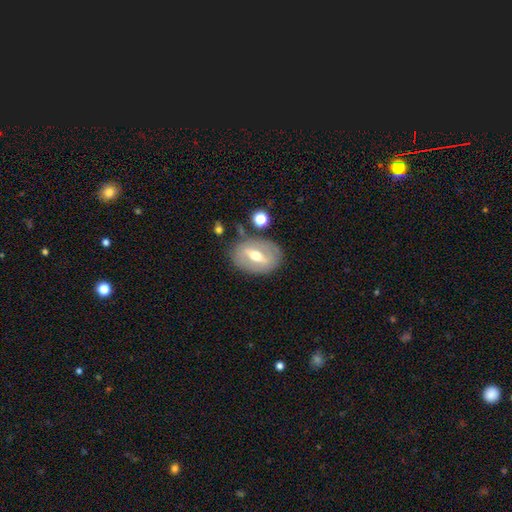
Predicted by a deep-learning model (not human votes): Q: Smooth or featured?
A: featured or disk (63%); runner-up: smooth (30%)
Q: Edge-on disk?
A: no (84%); runner-up: yes (16%)
Q: Bar?
A: strong (56%); runner-up: weak (31%)
Q: Spiral arms?
A: no (71%); runner-up: yes (29%)
Q: Bulge size?
A: moderate (73%); runner-up: small (18%)
Q: Merging?
A: none (76%); runner-up: minor disturbance (14%)